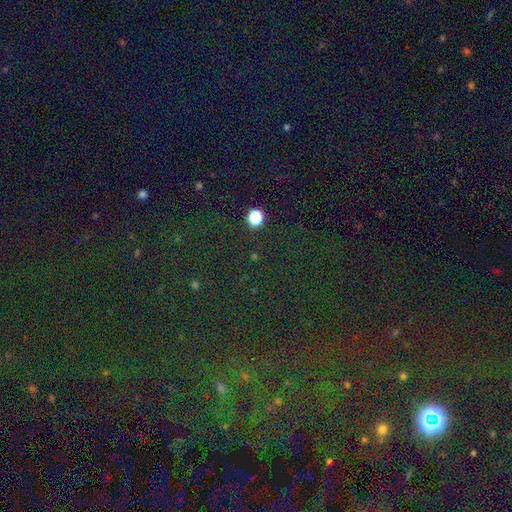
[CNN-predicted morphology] A star or artifact, not a galaxy (81%).

Vote fractions:
- Smooth or featured? star or artifact: 81% / smooth: 12% / featured or disk: 8%